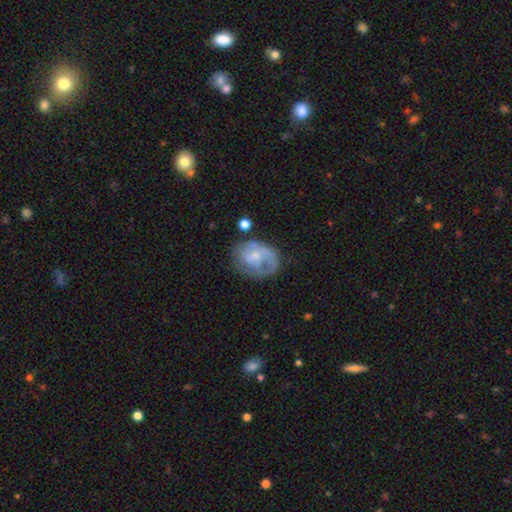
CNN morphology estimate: Q: Smooth or featured?
A: featured or disk (64%); runner-up: smooth (29%)
Q: Edge-on disk?
A: no (97%); runner-up: yes (3%)
Q: Bar?
A: no (61%); runner-up: weak (33%)
Q: Spiral arms?
A: yes (78%); runner-up: no (22%)
Q: Bulge size?
A: small (58%); runner-up: moderate (27%)
Q: Merging?
A: none (52%); runner-up: minor disturbance (25%)